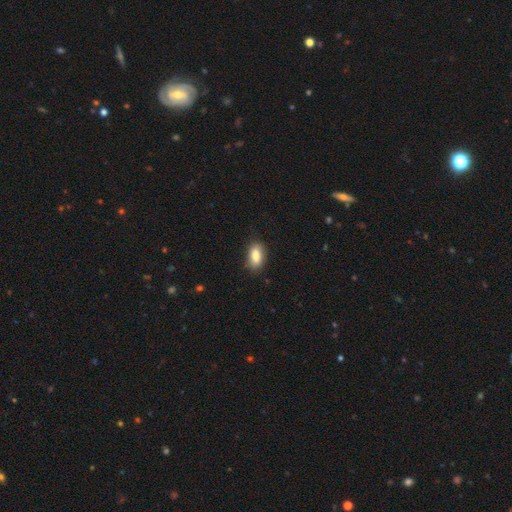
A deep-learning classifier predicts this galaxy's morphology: smooth_or_featured: smooth (p=0.82) [alt: featured or disk p=0.10]
how_rounded: in between (p=0.88) [alt: round p=0.07]
merging: none (p=0.85) [alt: minor disturbance p=0.12]